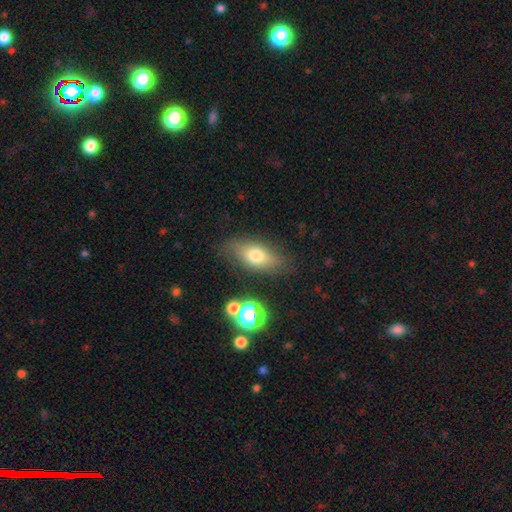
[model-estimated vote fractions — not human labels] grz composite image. It shows a smooth galaxy with no disk features (68%) that is in between round and cigar-shaped (76%). Merging: none (74%).